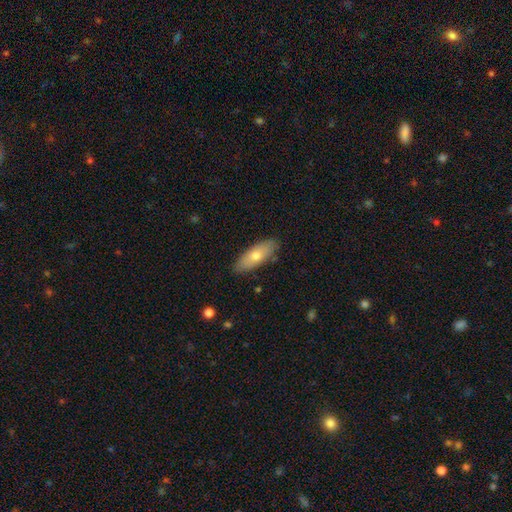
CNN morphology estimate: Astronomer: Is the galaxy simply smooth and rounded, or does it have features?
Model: smooth — 68%.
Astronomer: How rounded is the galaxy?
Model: in between — 69%.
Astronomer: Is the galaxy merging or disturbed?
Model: none — 86%.